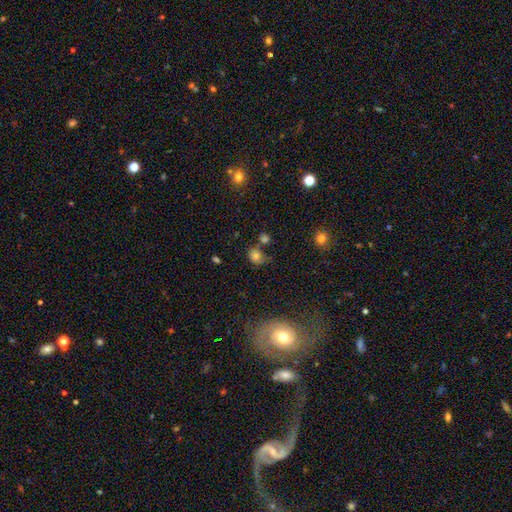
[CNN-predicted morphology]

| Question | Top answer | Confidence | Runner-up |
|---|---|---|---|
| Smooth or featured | smooth | 76% | star or artifact (15%) |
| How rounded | round | 62% | in between (36%) |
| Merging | none | 52% | minor disturbance (22%) |